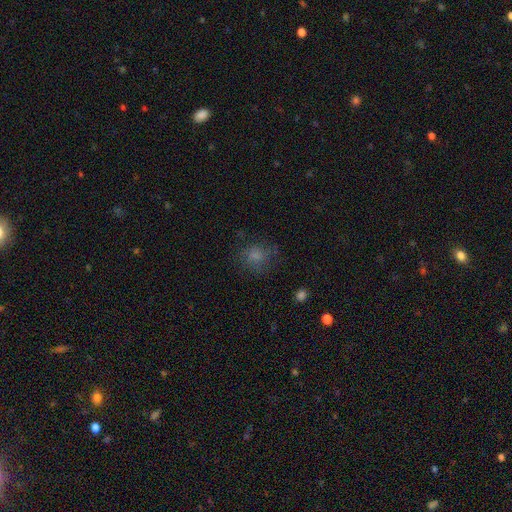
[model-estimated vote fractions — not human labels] This is likely a smooth galaxy (70%). How rounded: likely round (73%). Merging: likely none (68%).